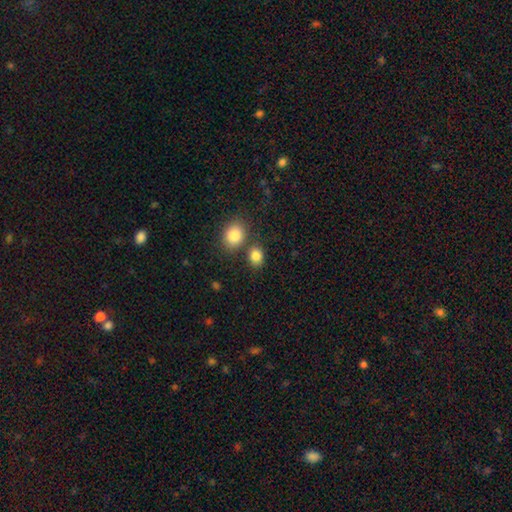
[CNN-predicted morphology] This appears to be a smooth galaxy with no disk features (85%) that is round (53%). Merging: none (67%).